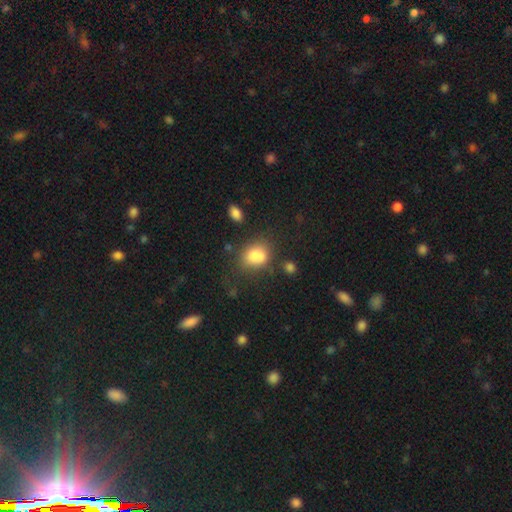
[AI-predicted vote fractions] A smooth galaxy with no disk features (80%) that is in between round and cigar-shaped (59%). Merging: none (54%).